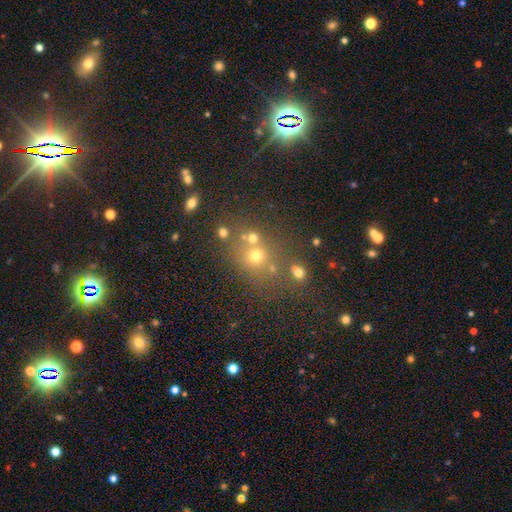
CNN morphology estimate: Q: Smooth or featured?
A: smooth (58%); runner-up: star or artifact (27%)
Q: How rounded?
A: round (75%); runner-up: in between (24%)
Q: Merging?
A: none (62%); runner-up: merger (20%)